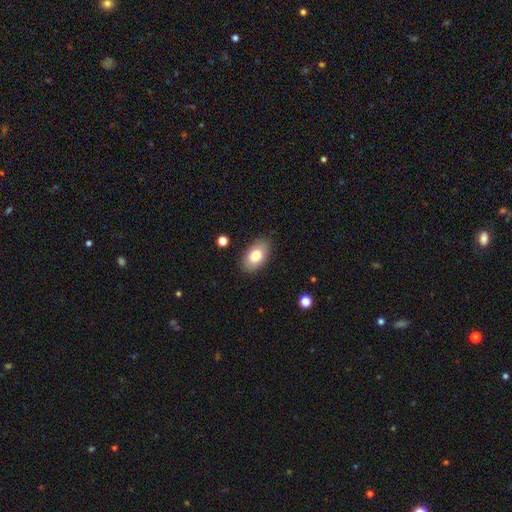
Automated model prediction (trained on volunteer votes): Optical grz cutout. It shows a smooth galaxy with no disk features (79%) that is in between round and cigar-shaped (91%). Merging: none (86%).